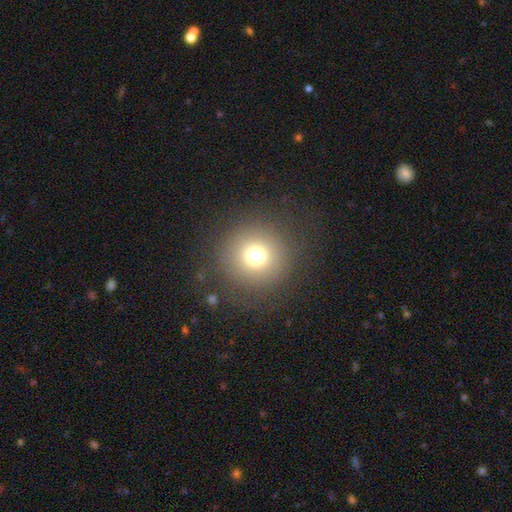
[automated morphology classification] Smooth or featured? smooth (71%)
How rounded? round (96%)
Merging? none (86%)